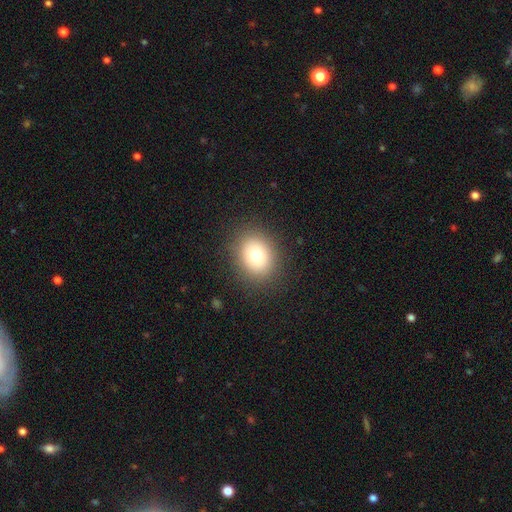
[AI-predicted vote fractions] A smooth galaxy with no disk features (76%) that is round (66%).

Vote fractions:
- Smooth or featured? smooth: 76% / star or artifact: 13% / featured or disk: 11%
- How rounded? round: 66% / in between: 34% / cigar-shaped: 1%
- Merging? none: 88% / minor disturbance: 8% / major disturbance: 4% / merger: 1%